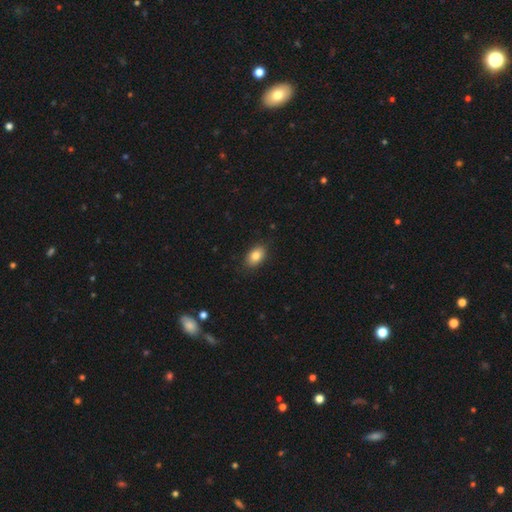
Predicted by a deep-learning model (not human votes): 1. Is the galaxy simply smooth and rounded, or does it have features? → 83% smooth, 9% featured or disk, 8% star or artifact.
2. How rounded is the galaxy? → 88% in between, 11% round, 2% cigar-shaped.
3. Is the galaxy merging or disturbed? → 87% none, 10% minor disturbance, 2% major disturbance, 1% merger.